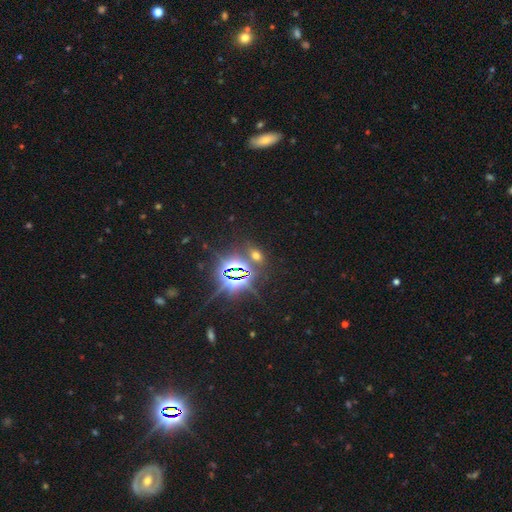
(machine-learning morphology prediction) star or artifact 57%, smooth 34%, featured or disk 8%.